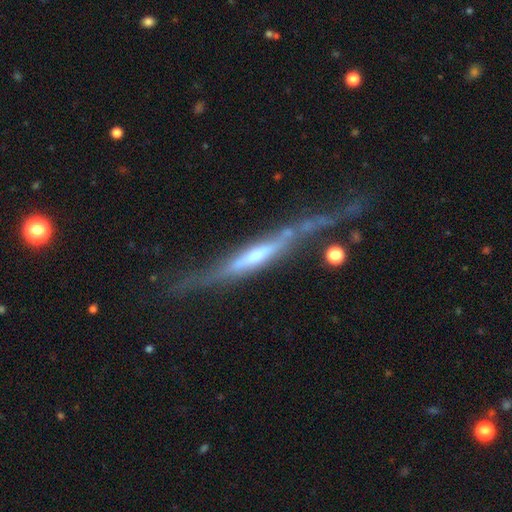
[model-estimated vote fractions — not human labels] smooth_or_featured: featured or disk (p=0.77) [alt: smooth p=0.17]
disk_edge_on: yes (p=0.89) [alt: no p=0.11]
edge_on_bulge: rounded (p=0.40) [alt: none p=0.33]
merging: none (p=0.51) [alt: minor disturbance p=0.25]